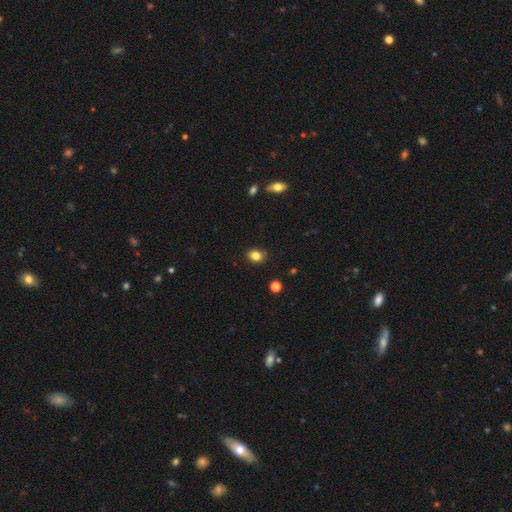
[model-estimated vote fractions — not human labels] Smooth or featured?
  - smooth: 83% *
  - star or artifact: 11%
  - featured or disk: 6%
How rounded?
  - round: 50% *
  - in between: 49%
  - cigar-shaped: 1%
Merging?
  - none: 85% *
  - minor disturbance: 11%
  - major disturbance: 2%
  - merger: 1%